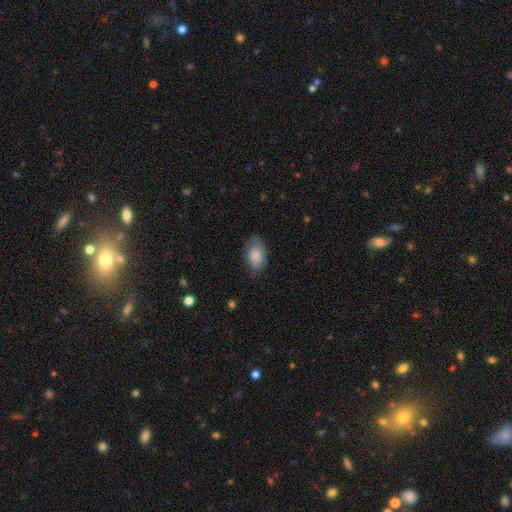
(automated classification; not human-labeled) smooth 82%, featured or disk 11%, star or artifact 6%. Down the decision tree: how rounded — in between (90%); merging — none (67%).